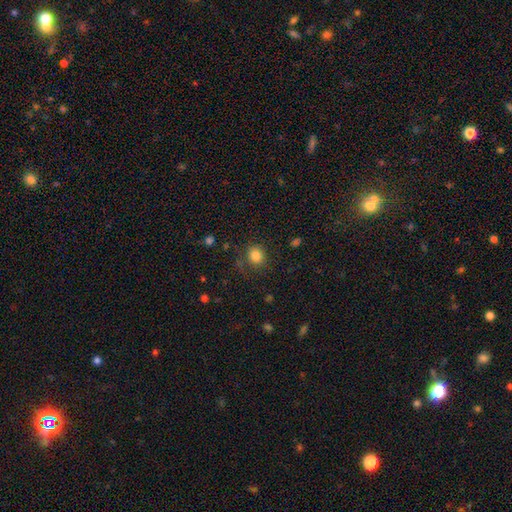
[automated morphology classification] Smooth or featured: smooth — 83% (star or artifact — 11%)
How rounded: round — 77% (in between — 23%)
Merging: none — 79% (minor disturbance — 13%)